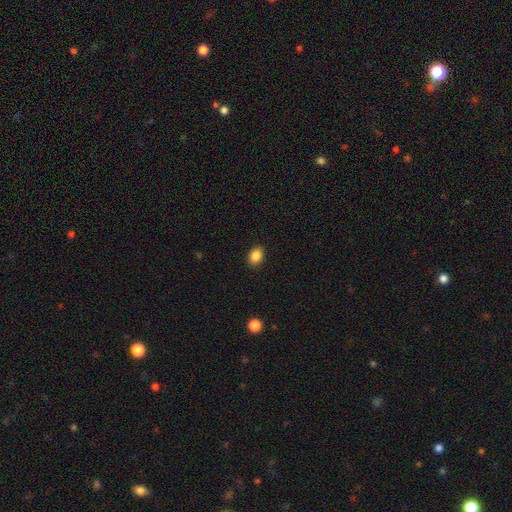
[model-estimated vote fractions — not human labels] Smooth or featured? Predicted: smooth (p=0.87). How rounded? Predicted: in between (p=0.69). Merging? Predicted: none (p=0.90).